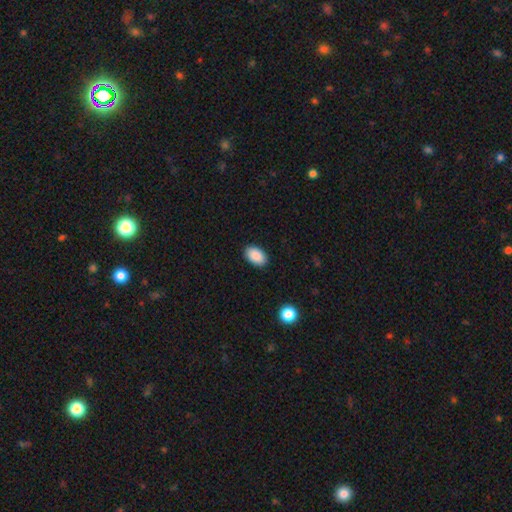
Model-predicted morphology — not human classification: A smooth galaxy with no disk features (90%) that is in between round and cigar-shaped (92%). Merging: none (90%).